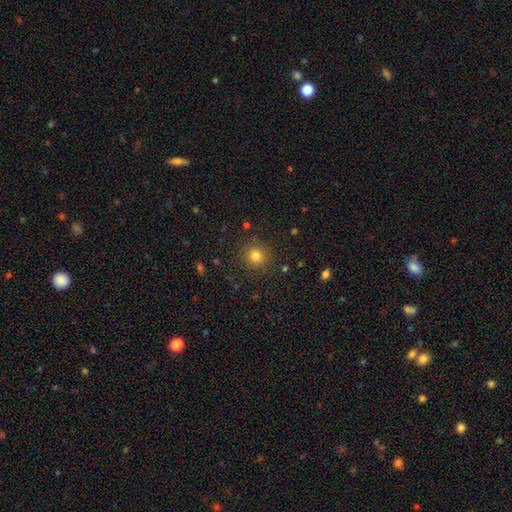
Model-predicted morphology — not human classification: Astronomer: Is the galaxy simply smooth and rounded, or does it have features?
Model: smooth — 81%.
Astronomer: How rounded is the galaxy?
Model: round — 92%.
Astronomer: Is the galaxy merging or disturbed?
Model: none — 89%.